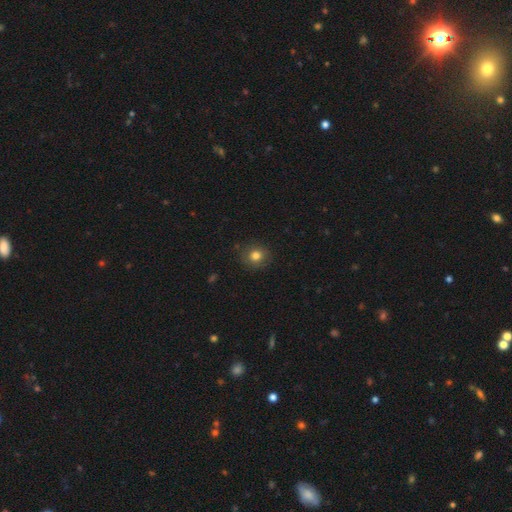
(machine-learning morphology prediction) Smooth or featured: smooth — 80% (star or artifact — 12%)
How rounded: round — 85% (in between — 14%)
Merging: none — 84% (minor disturbance — 11%)